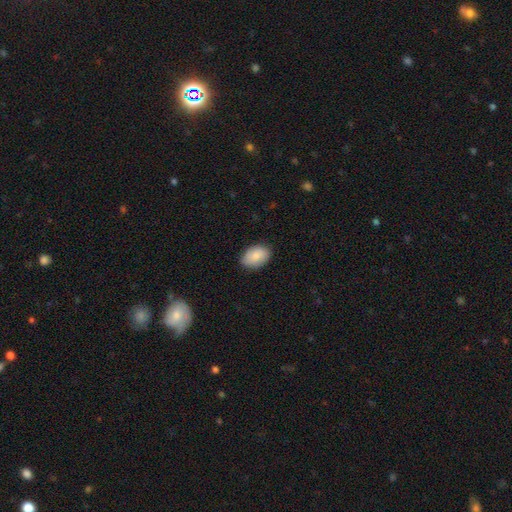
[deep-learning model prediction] Smooth or featured?
  - smooth: 84% *
  - featured or disk: 10%
  - star or artifact: 6%
How rounded?
  - in between: 88% *
  - round: 11%
  - cigar-shaped: 1%
Merging?
  - none: 84% *
  - minor disturbance: 13%
  - major disturbance: 2%
  - merger: 1%